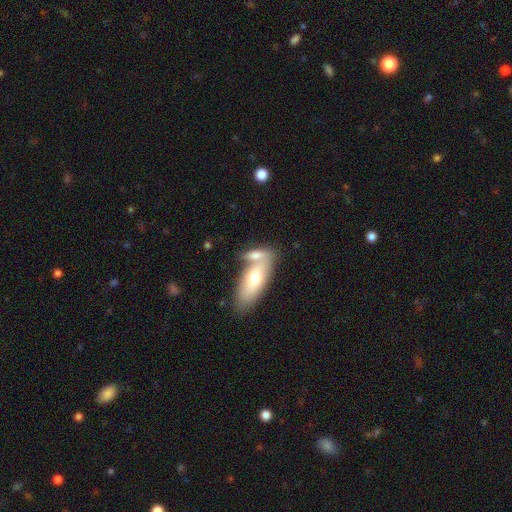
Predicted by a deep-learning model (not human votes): This appears to be a smooth galaxy with no disk features (68%) that is in between round and cigar-shaped (73%). Merging: merger (51%).